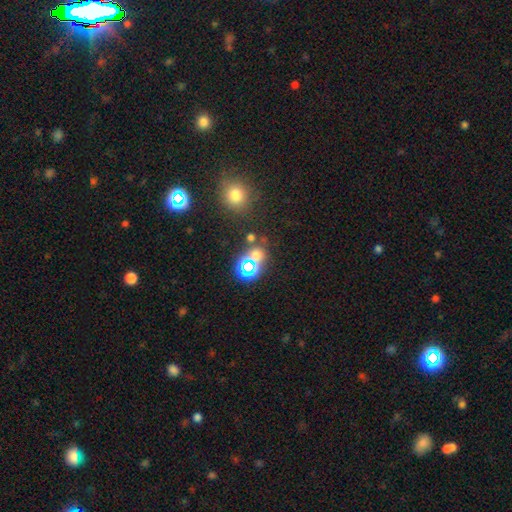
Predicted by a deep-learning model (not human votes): A smooth galaxy with no disk features (45%, tied with star or artifact).

Vote fractions:
- Smooth or featured? smooth: 45% (tied) / star or artifact: 45% (tied) / featured or disk: 10%
- Merging? none: 62% / merger: 22% / minor disturbance: 10% / major disturbance: 7%